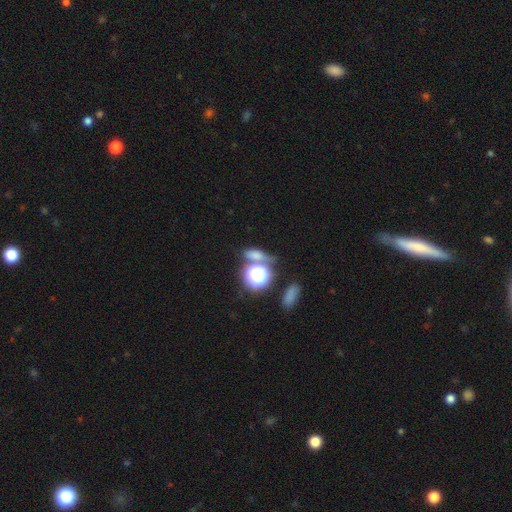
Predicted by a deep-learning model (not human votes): A smooth galaxy with no disk features (59%) that is round (46%).

Vote fractions:
- Smooth or featured? smooth: 59% / star or artifact: 29% / featured or disk: 12%
- How rounded? round: 46% / in between: 40% / cigar-shaped: 14%
- Merging? none: 64% / merger: 19% / minor disturbance: 11% / major disturbance: 6%